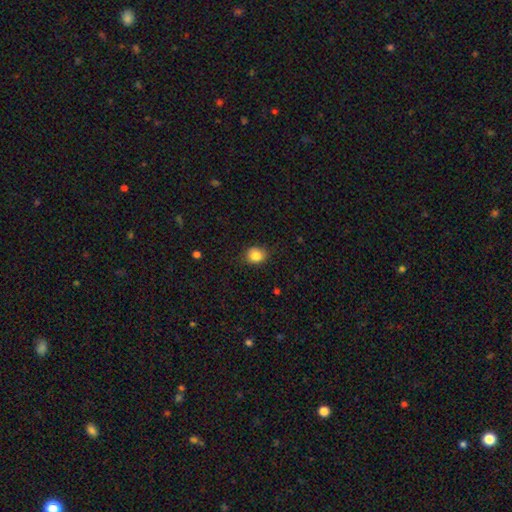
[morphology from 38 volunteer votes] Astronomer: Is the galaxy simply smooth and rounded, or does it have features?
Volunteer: smooth — 87%.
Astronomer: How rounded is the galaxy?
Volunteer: round — 67%.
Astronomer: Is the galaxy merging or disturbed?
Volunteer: none — 77%.